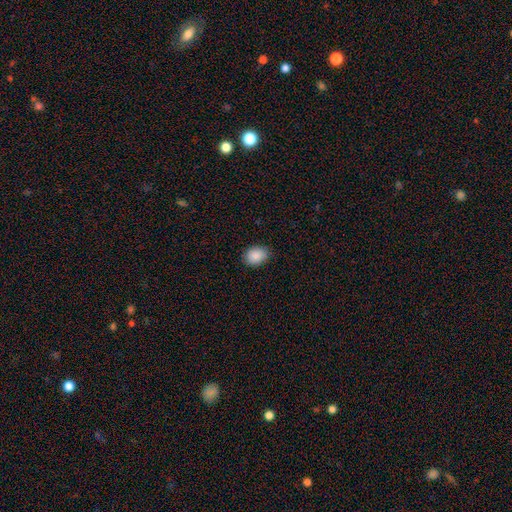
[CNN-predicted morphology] Smooth or featured?
  - smooth: 89% *
  - star or artifact: 7%
  - featured or disk: 3%
How rounded?
  - in between: 65% *
  - round: 34%
  - cigar-shaped: 1%
Merging?
  - none: 83% *
  - minor disturbance: 13%
  - major disturbance: 2%
  - merger: 1%